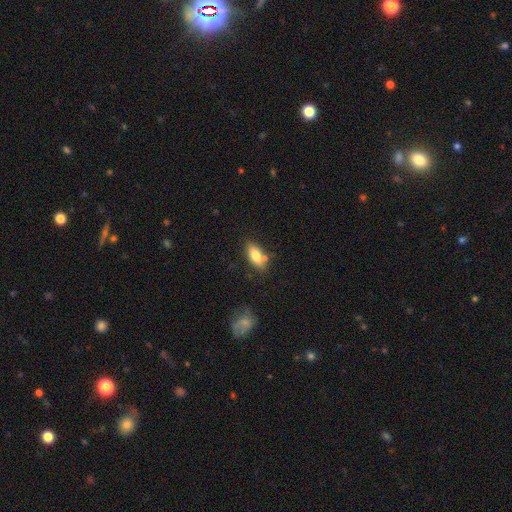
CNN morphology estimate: smooth 73%, featured or disk 20%, star or artifact 7%. Down the decision tree: how rounded — in between (78%); merging — none (72%).